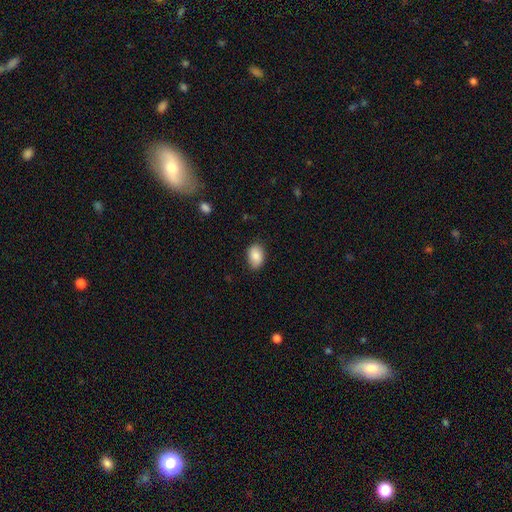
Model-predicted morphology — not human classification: A smooth galaxy with no disk features (86%) that is in between round and cigar-shaped (85%). Merging: none (82%).